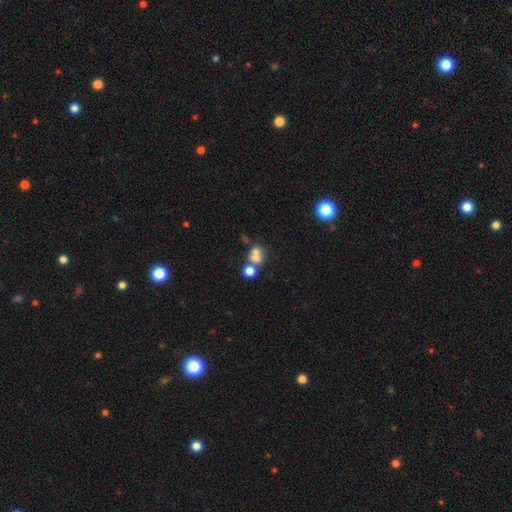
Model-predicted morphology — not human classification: type=smooth (66%); roundness=round (62%); merging=merger (56%).